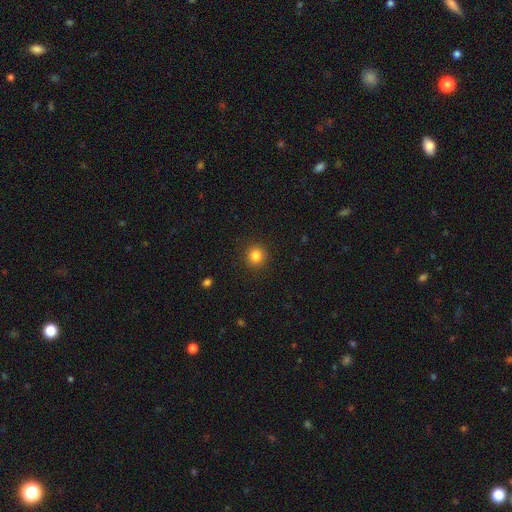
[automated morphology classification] smooth 84%, star or artifact 12%, featured or disk 5%. Down the decision tree: how rounded — round (92%); merging — none (91%).